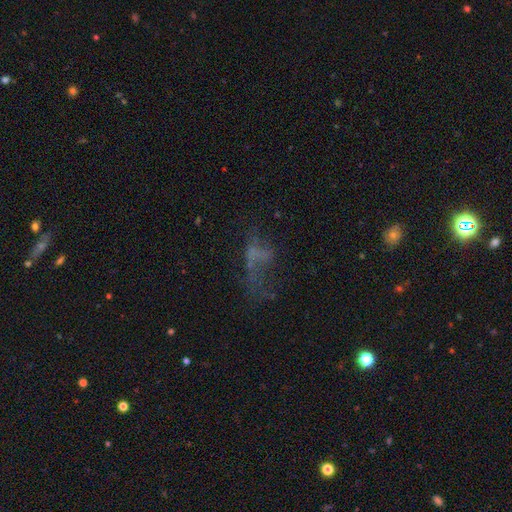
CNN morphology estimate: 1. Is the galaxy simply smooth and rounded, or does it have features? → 42% featured or disk, 30% smooth, 27% star or artifact.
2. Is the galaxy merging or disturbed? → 45% major disturbance, 33% none, 15% minor disturbance, 8% merger.